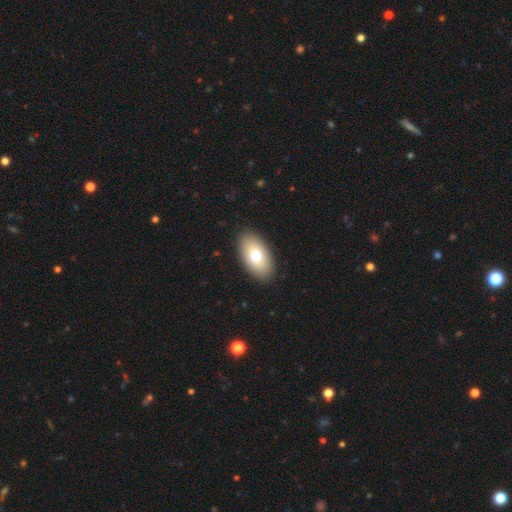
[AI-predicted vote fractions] The model was most divided on "smooth or featured": smooth: 73%, featured or disk: 20%, star or artifact: 7%. More confident: how rounded — in between (94%); merging — none (89%).